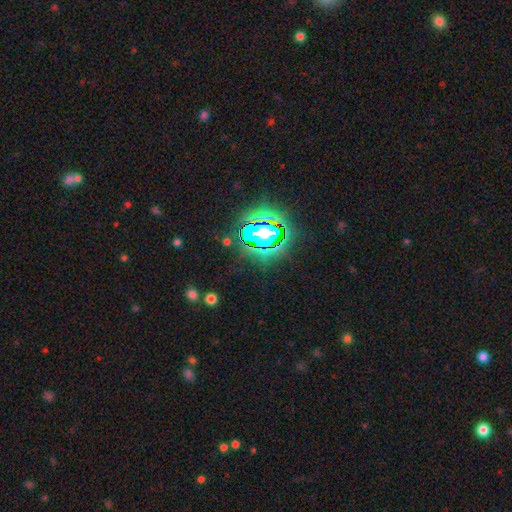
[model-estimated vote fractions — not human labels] Smooth or featured? star or artifact (82%)